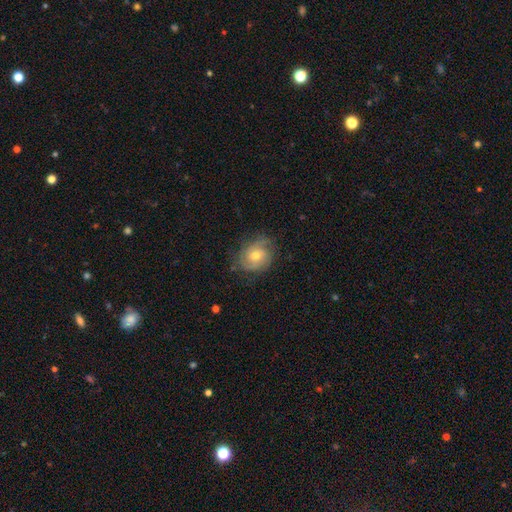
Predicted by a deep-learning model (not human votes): Smooth or featured: featured or disk — 71% (smooth — 21%)
Edge-on disk: no — 97% (yes — 3%)
Bar: no — 74% (weak — 22%)
Spiral arms: yes — 91% (no — 9%)
Spiral winding: tight — 52% (medium — 36%)
Spiral arm count: 2 — 43% (can't tell — 24%)
Bulge size: moderate — 61% (small — 34%)
Merging: none — 73% (minor disturbance — 19%)